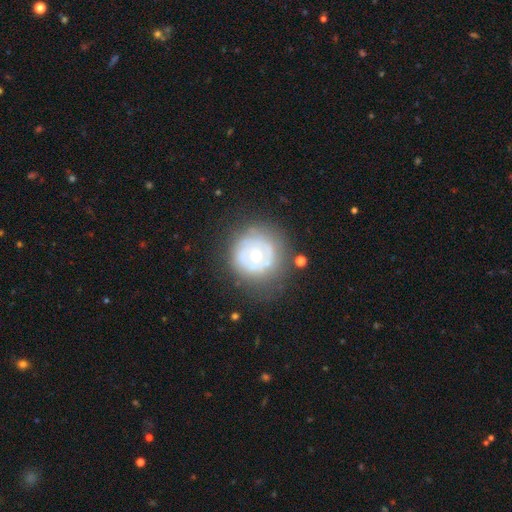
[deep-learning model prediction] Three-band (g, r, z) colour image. It shows a featured or disk galaxy (61%) with no bar (88%), no spiral arms (72%) and a moderate central bulge (55%). Merging: none (68%).